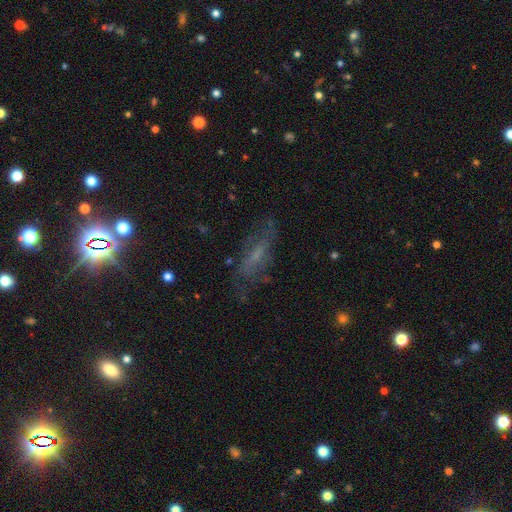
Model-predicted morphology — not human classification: Overall: featured or disk (55%; smooth 29%). Edge-on disk: no (77%). Merging: none (64%).